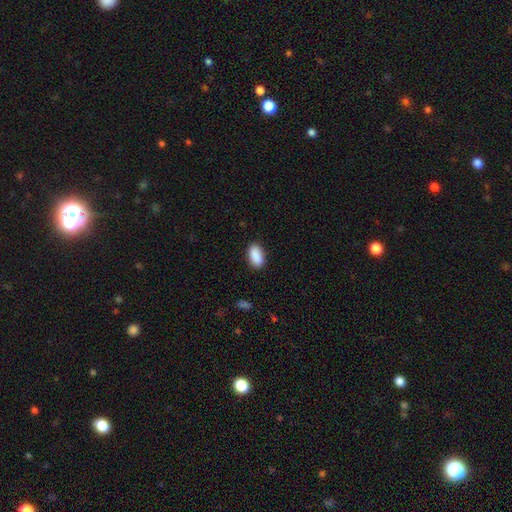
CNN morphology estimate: type=smooth (90%); roundness=in between (92%); merging=none (87%).